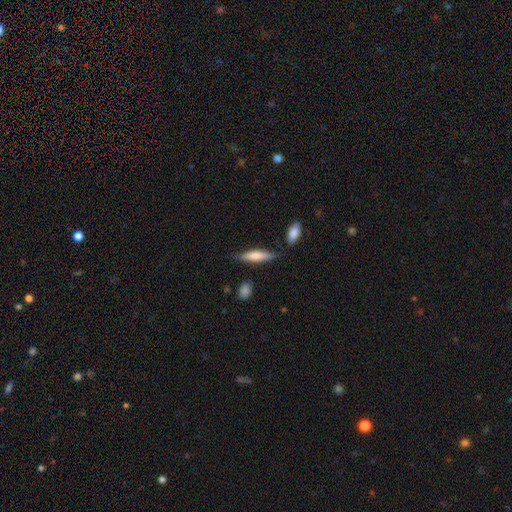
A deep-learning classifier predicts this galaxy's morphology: The model was most divided on "smooth or featured": smooth: 63%, featured or disk: 31%, star or artifact: 6%. More confident: how rounded — cigar-shaped (79%); merging — none (76%).